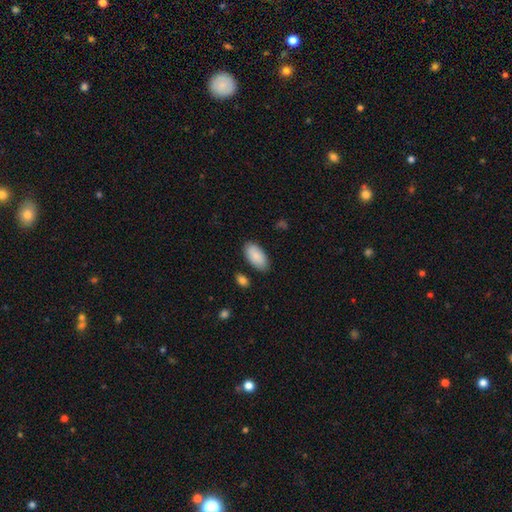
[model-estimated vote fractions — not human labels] smooth_or_featured: smooth (p=0.88) [alt: featured or disk p=0.06]
how_rounded: in between (p=0.95) [alt: cigar-shaped p=0.03]
merging: none (p=0.82) [alt: minor disturbance p=0.13]